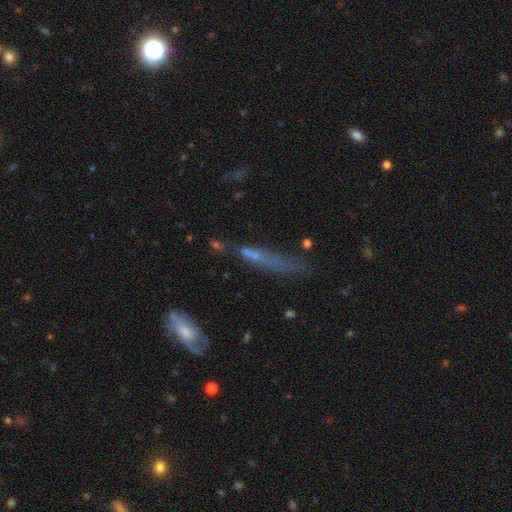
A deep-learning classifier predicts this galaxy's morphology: The model was most divided on "smooth or featured": smooth: 48%, featured or disk: 36%, star or artifact: 16%. Remaining: merging — none (41%).